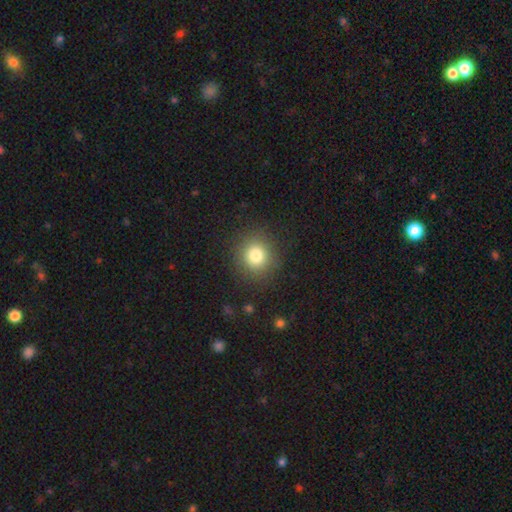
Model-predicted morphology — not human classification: Smooth or featured? Predicted: smooth (p=0.79). How rounded? Predicted: round (p=0.89). Merging? Predicted: none (p=0.88).